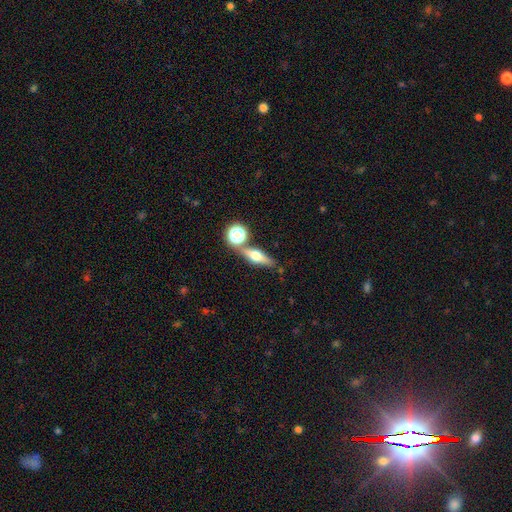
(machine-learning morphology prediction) smooth_or_featured: featured or disk (p=0.55) [alt: smooth p=0.35]
disk_edge_on: yes (p=0.90) [alt: no p=0.10]
merging: none (p=0.69) [alt: merger p=0.17]